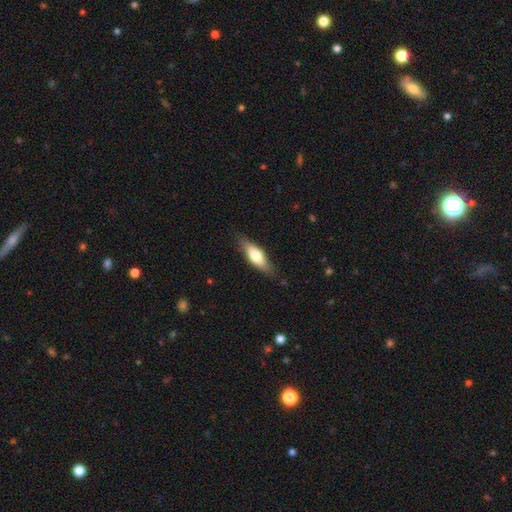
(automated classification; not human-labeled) Overall: smooth (65%; featured or disk 30%). How rounded: in between (63%; cigar-shaped 35%). Merging: none (81%).